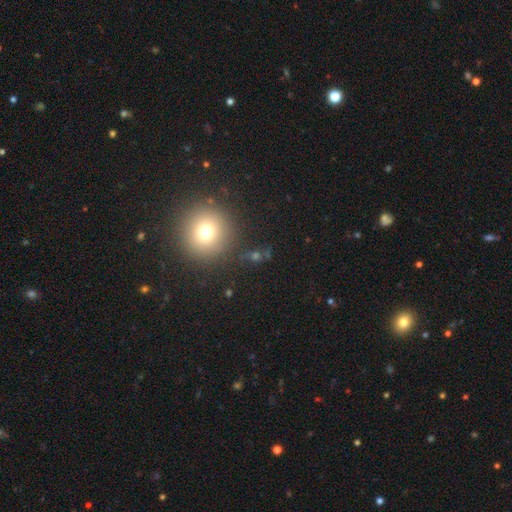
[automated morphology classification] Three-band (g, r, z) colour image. It shows a smooth galaxy with no disk features (57%) that is round (87%). Merging: none (84%).